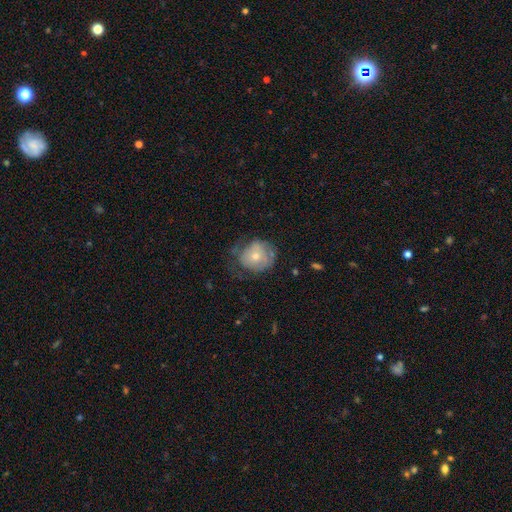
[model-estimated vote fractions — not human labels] This appears to be a smooth galaxy with no disk features (55%) that is round (75%). Merging: none (44%).